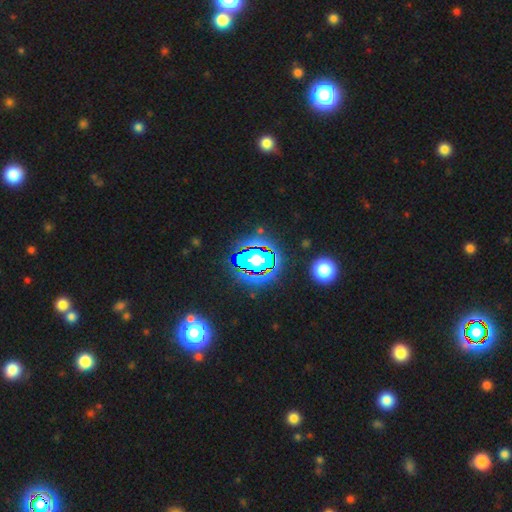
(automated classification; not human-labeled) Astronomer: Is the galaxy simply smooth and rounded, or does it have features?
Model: star or artifact — 80%.